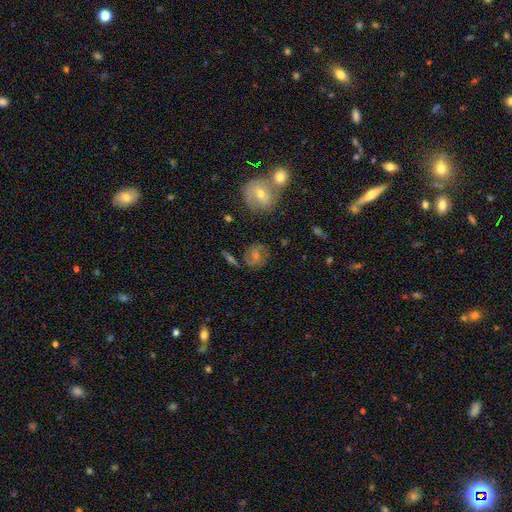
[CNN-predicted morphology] smooth_or_featured: featured or disk (p=0.53) [alt: smooth p=0.30]
disk_edge_on: no (p=0.95) [alt: yes p=0.05]
bar: weak (p=0.44) [alt: no p=0.40]
has_spiral_arms: yes (p=0.83) [alt: no p=0.17]
bulge_size: moderate (p=0.46) [alt: small p=0.43]
merging: none (p=0.71) [alt: minor disturbance p=0.14]